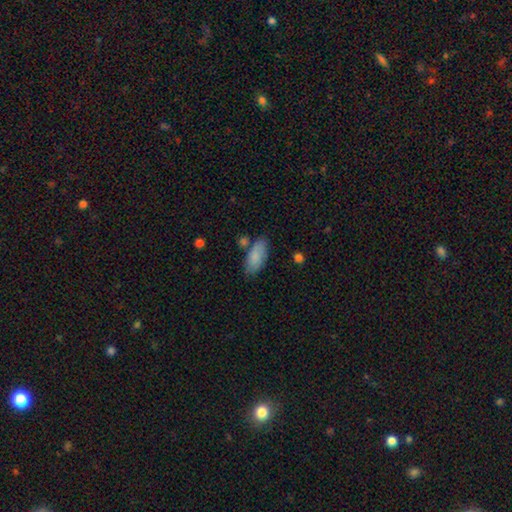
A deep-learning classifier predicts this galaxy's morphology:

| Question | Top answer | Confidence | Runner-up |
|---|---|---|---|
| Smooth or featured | smooth | 84% | featured or disk (10%) |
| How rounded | in between | 90% | cigar-shaped (8%) |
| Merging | none | 72% | minor disturbance (17%) |